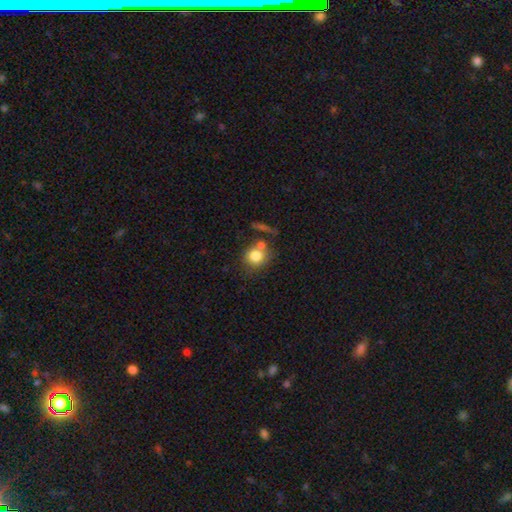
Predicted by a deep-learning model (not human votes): Q: Smooth or featured?
A: smooth (80%); runner-up: featured or disk (11%)
Q: How rounded?
A: round (82%); runner-up: in between (17%)
Q: Merging?
A: none (56%); runner-up: merger (24%)